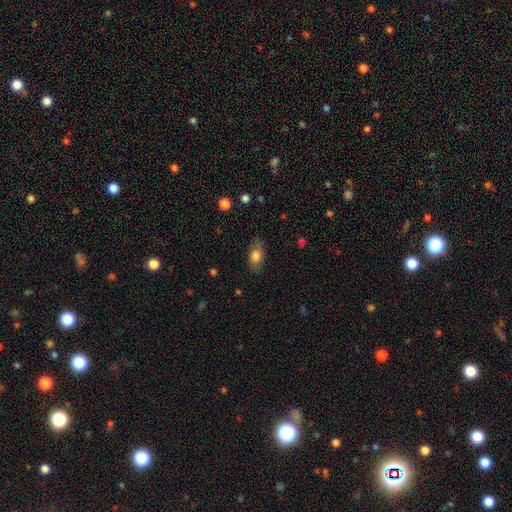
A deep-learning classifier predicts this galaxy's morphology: Smooth or featured?
  - smooth: 76% *
  - featured or disk: 16%
  - star or artifact: 8%
How rounded?
  - in between: 87% *
  - round: 7%
  - cigar-shaped: 6%
Merging?
  - none: 81% *
  - minor disturbance: 14%
  - major disturbance: 4%
  - merger: 1%